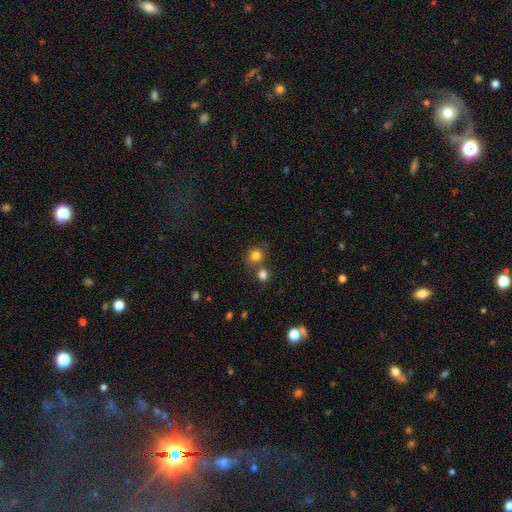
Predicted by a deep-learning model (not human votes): smooth_or_featured: smooth (p=0.80) [alt: star or artifact p=0.12]
how_rounded: round (p=0.82) [alt: in between p=0.17]
merging: none (p=0.62) [alt: merger p=0.22]